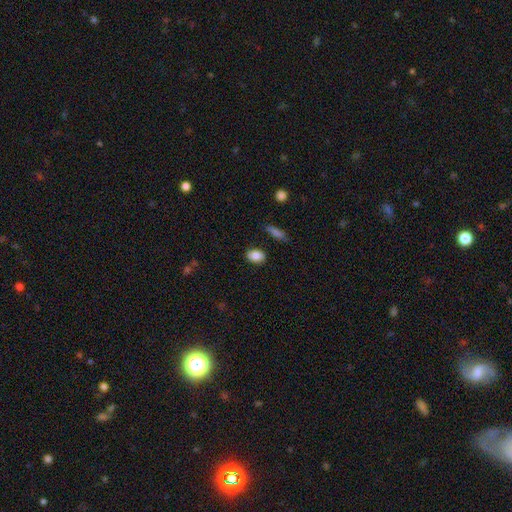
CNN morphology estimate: Smooth or featured? Predicted: smooth (p=0.85). How rounded? Predicted: in between (p=0.82). Merging? Predicted: none (p=0.86).